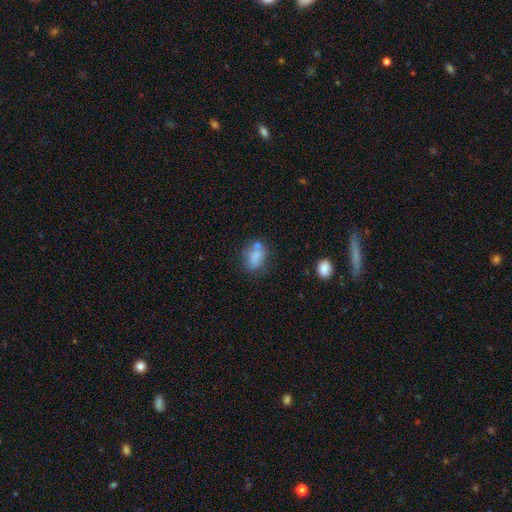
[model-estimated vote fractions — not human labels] Smooth or featured? Predicted: smooth (p=0.75). How rounded? Predicted: in between (p=0.76). Merging? Predicted: none (p=0.53).